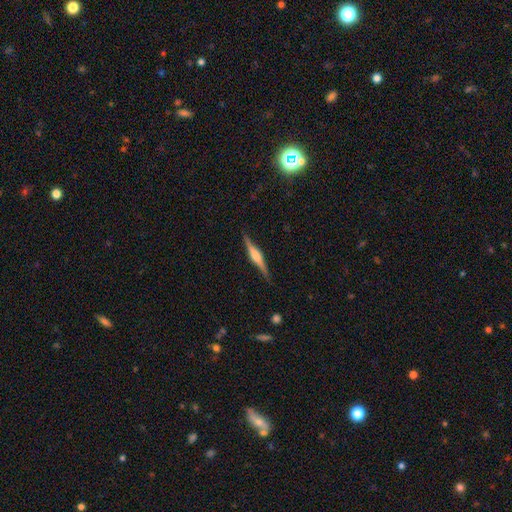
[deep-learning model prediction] Overall: featured or disk (76%). Edge-on disk: yes (98%). Edge-on bulge: rounded (76%). Merging: none (88%).